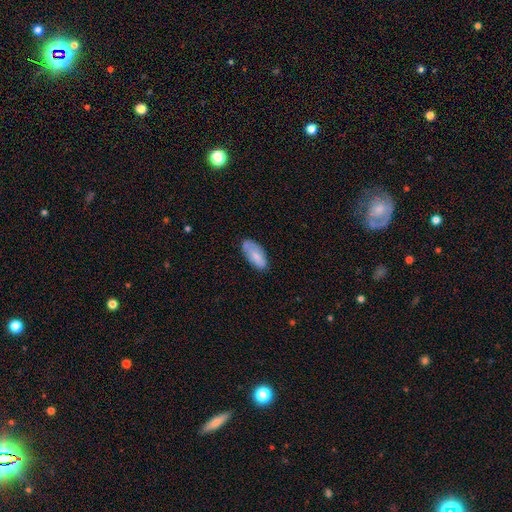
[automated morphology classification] The model was most divided on "merging": none: 67%, minor disturbance: 25%, major disturbance: 5%, merger: 3%. More confident: how rounded — in between (89%); smooth or featured — smooth (75%).